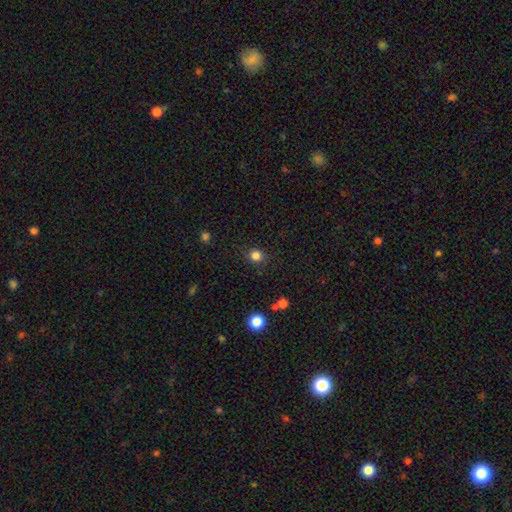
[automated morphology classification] Smooth or featured? smooth (83%)
How rounded? round (82%)
Merging? none (86%)